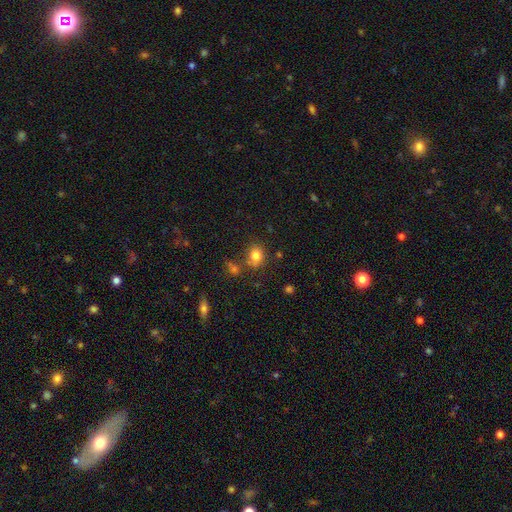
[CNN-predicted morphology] type=smooth (80%); roundness=round (63%); merging=none (66%).